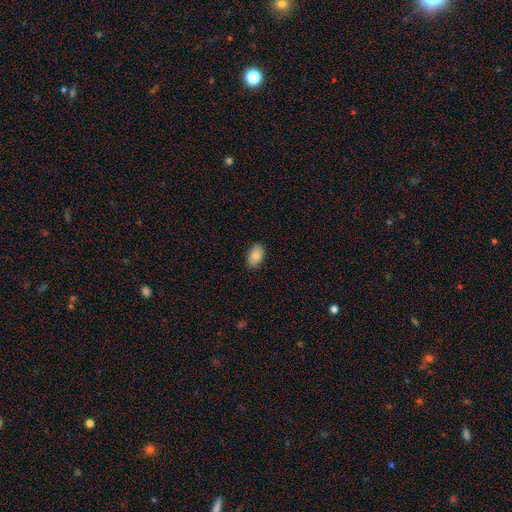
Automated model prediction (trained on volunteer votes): Overall: smooth (84%). How rounded: in between (92%). Merging: none (86%).